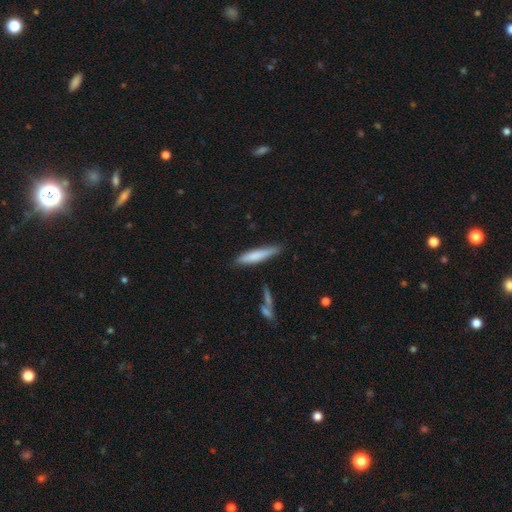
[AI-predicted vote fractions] This appears to be a smooth galaxy with no disk features (74%) that is cigar-shaped (89%). Merging: none (81%).